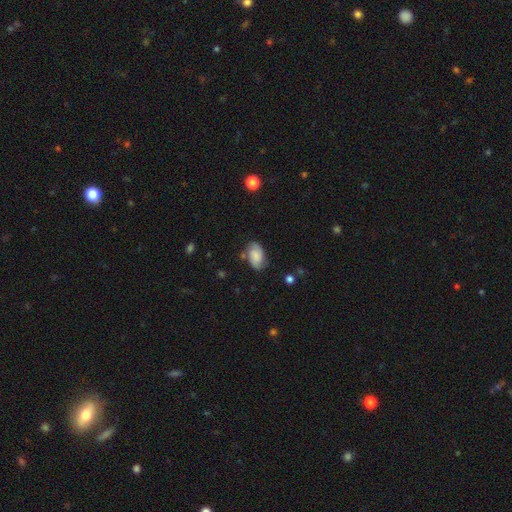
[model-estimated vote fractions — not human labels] smooth 53%, featured or disk 38%, star or artifact 9%. Down the decision tree: how rounded — in between (90%); merging — none (67%).